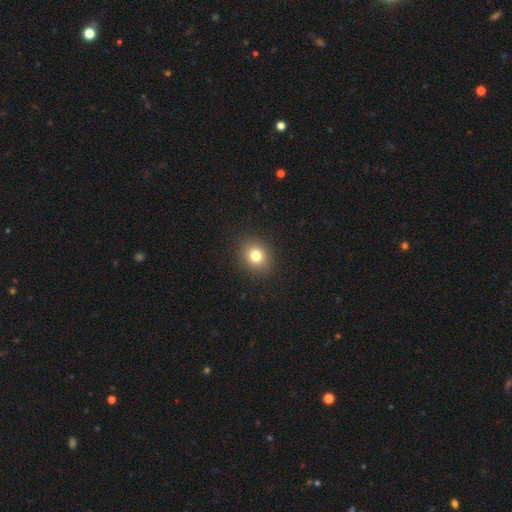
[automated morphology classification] A smooth galaxy with no disk features (80%) that is round (70%). Merging: none (90%).